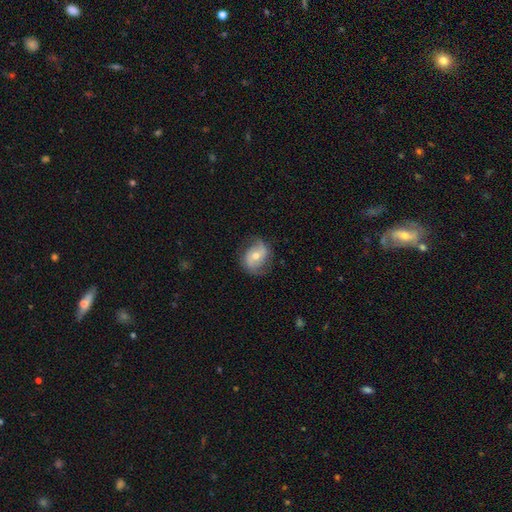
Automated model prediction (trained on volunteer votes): This appears to be a featured or disk galaxy (64%) with no bar (48%), 2 (83%) medium (42%) spiral arms (87%) and a moderate central bulge (63%). Merging: none (72%).